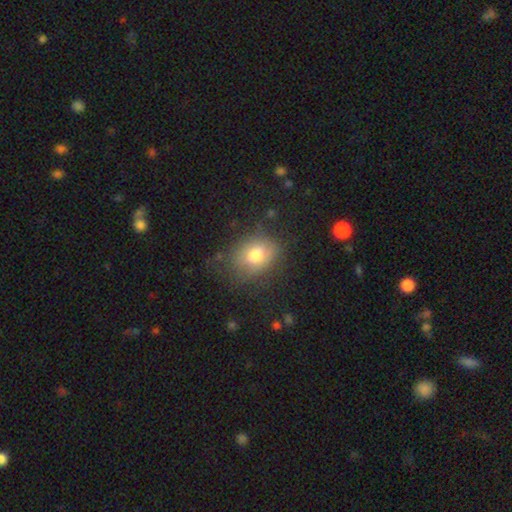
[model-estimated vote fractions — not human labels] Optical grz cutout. It shows a smooth galaxy with no disk features (72%) that is in between round and cigar-shaped (66%). Merging: none (67%).